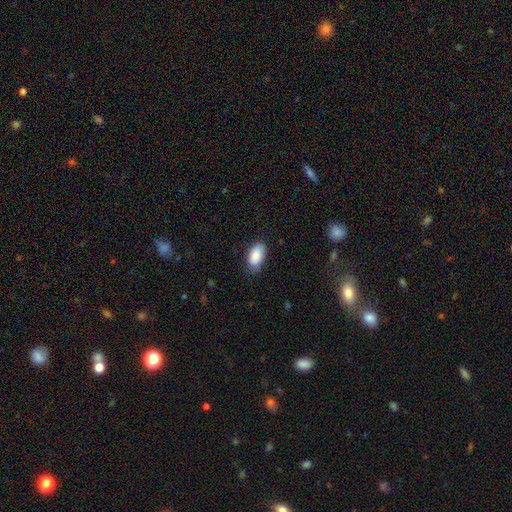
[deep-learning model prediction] This is clearly a smooth galaxy (85%). How rounded: clearly in between (94%). Merging: likely none (74%).